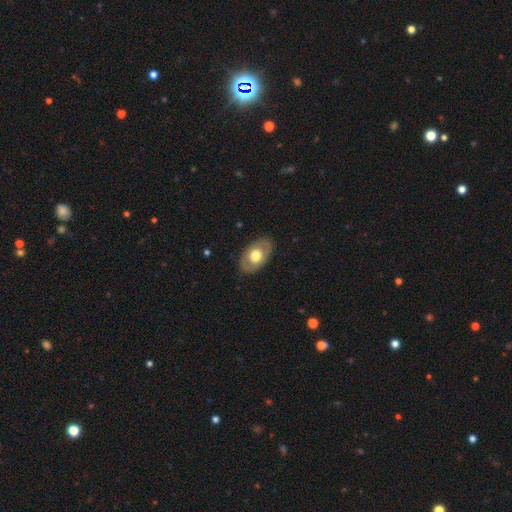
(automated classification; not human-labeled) This is possibly a smooth galaxy (56%). How rounded: clearly in between (87%). Merging: clearly none (84%).